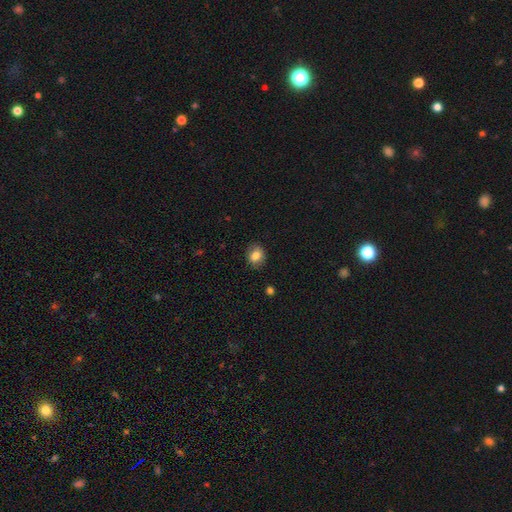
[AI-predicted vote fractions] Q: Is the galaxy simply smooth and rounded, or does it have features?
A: smooth — 81%.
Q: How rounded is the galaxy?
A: round — 64%.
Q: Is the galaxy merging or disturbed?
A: none — 85%.